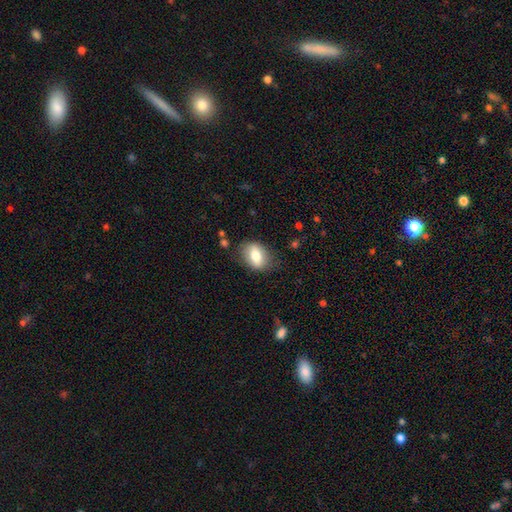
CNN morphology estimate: smooth 75%, featured or disk 18%, star or artifact 7%. Down the decision tree: how rounded — in between (78%); merging — none (77%).